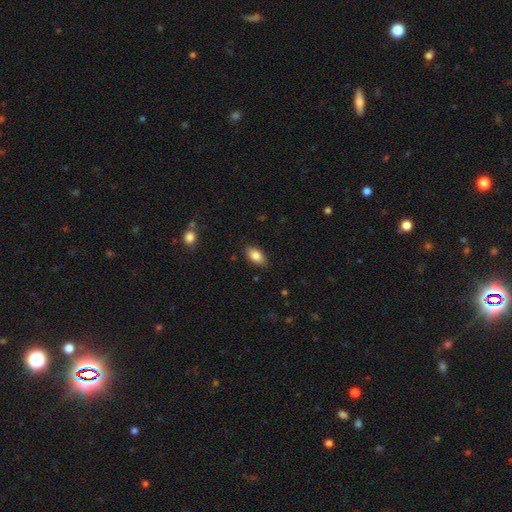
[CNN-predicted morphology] smooth_or_featured: smooth (p=0.83) [alt: featured or disk p=0.10]
how_rounded: in between (p=0.90) [alt: round p=0.05]
merging: none (p=0.85) [alt: minor disturbance p=0.12]